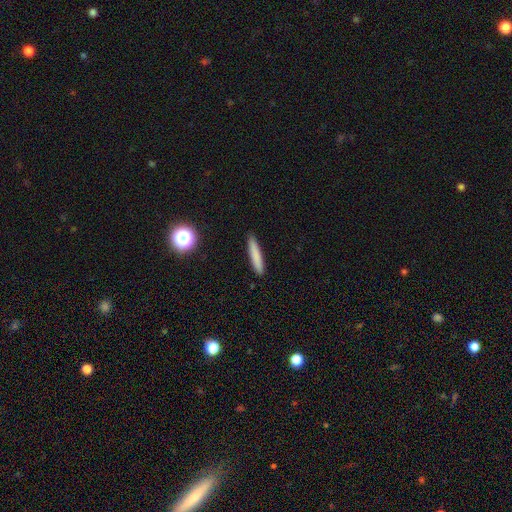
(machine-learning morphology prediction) Smooth or featured?
  - smooth: 81% *
  - featured or disk: 12%
  - star or artifact: 8%
How rounded?
  - cigar-shaped: 92% *
  - in between: 7%
  - round: 1%
Merging?
  - none: 90% *
  - minor disturbance: 7%
  - major disturbance: 2%
  - merger: 1%